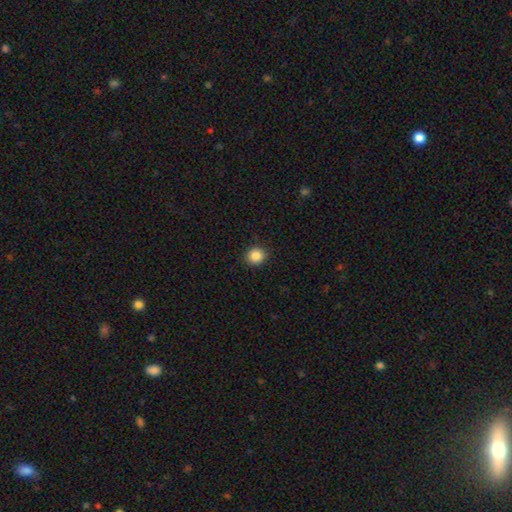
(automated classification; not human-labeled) Morphology: type=smooth (86%); roundness=round (87%); merging=none (90%).